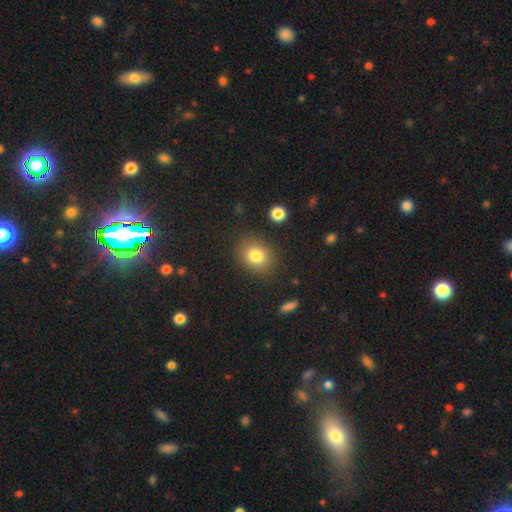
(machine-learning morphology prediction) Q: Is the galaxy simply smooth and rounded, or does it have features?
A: smooth — 81%.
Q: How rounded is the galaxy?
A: round — 57%.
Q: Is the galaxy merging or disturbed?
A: none — 84%.